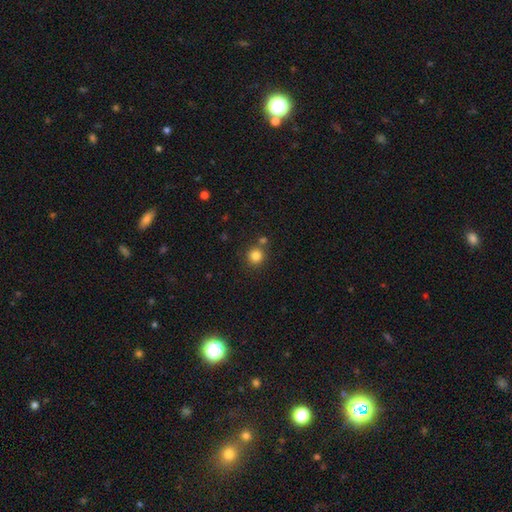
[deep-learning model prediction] Q: Smooth or featured?
A: smooth (83%); runner-up: star or artifact (12%)
Q: How rounded?
A: round (93%); runner-up: in between (7%)
Q: Merging?
A: none (75%); runner-up: merger (14%)